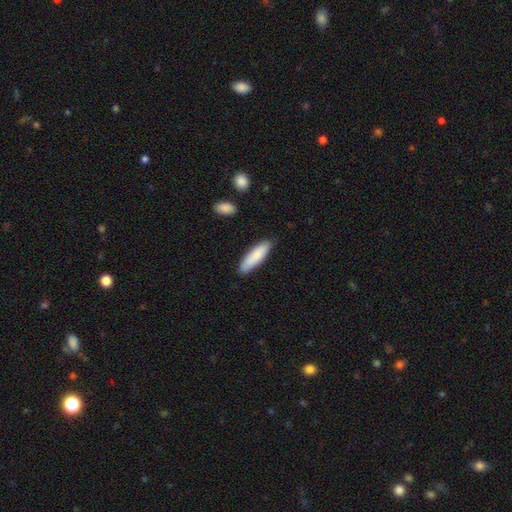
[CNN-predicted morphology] smooth_or_featured: smooth (p=0.85) [alt: featured or disk p=0.09]
how_rounded: cigar-shaped (p=0.59) [alt: in between p=0.40]
merging: none (p=0.84) [alt: minor disturbance p=0.12]